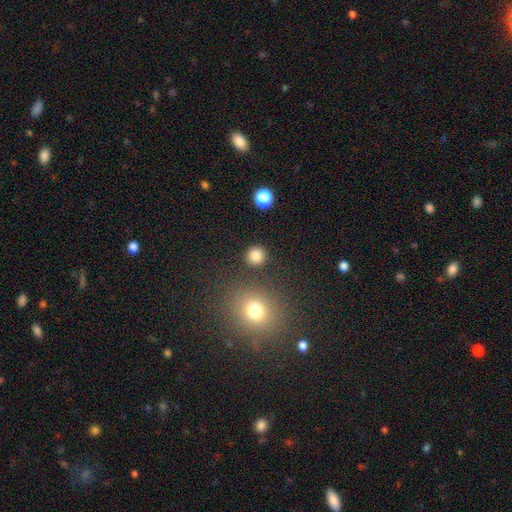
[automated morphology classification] This is clearly a smooth galaxy (83%). How rounded: clearly round (92%). Merging: clearly none (87%).